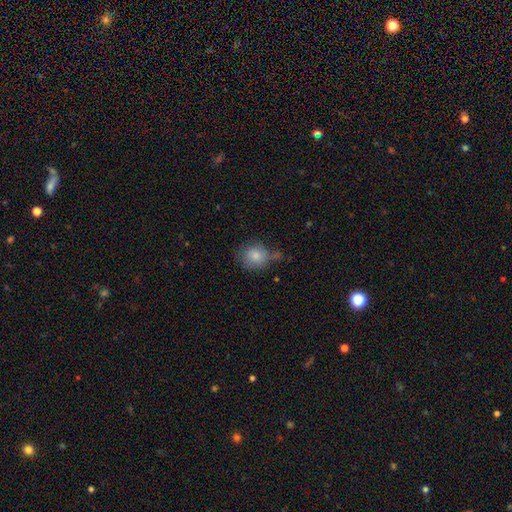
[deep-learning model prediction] smooth_or_featured: smooth (p=0.81) [alt: featured or disk p=0.11]
how_rounded: round (p=0.76) [alt: in between p=0.23]
merging: none (p=0.55) [alt: minor disturbance p=0.27]